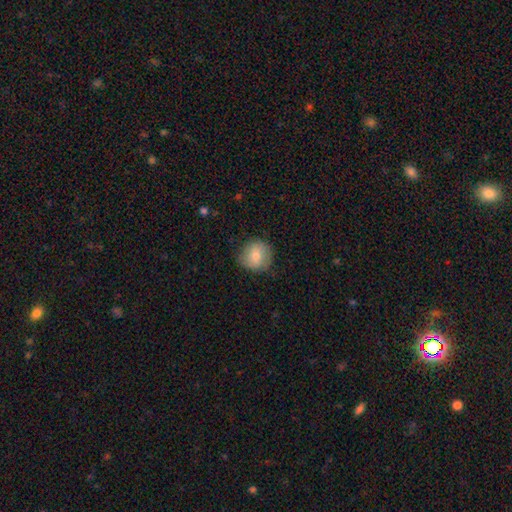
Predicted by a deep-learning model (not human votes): This is likely a smooth galaxy (75%). How rounded: clearly round (89%). Merging: clearly none (81%).